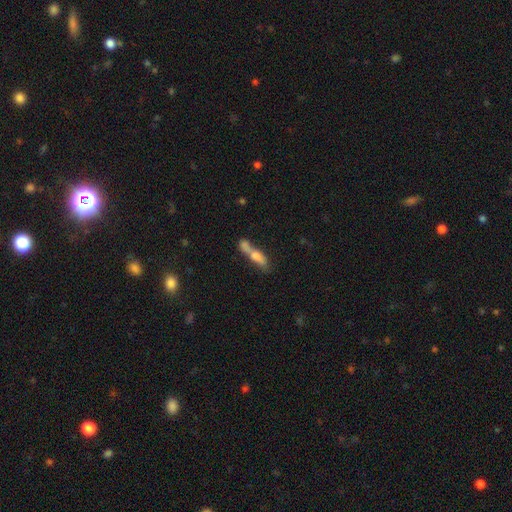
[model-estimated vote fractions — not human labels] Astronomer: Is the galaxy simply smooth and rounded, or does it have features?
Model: smooth — 60%.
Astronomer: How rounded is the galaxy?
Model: cigar-shaped — 59% (runner-up: in between, 37%).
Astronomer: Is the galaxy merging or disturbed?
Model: merger — 53% (runner-up: none, 29%).